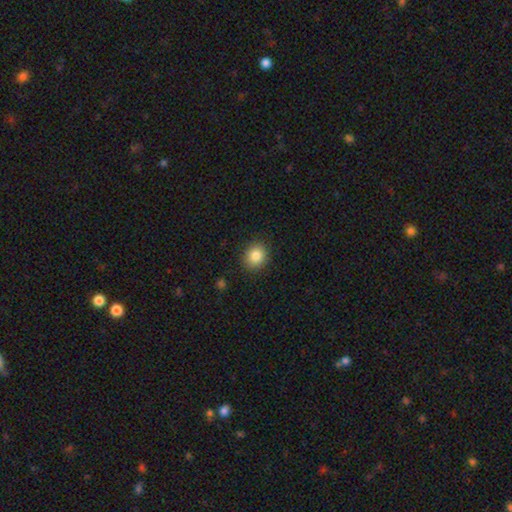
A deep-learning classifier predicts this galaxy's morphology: Smooth or featured?
  - smooth: 85% *
  - star or artifact: 9%
  - featured or disk: 5%
How rounded?
  - round: 75% *
  - in between: 24%
  - cigar-shaped: 1%
Merging?
  - none: 88% *
  - minor disturbance: 8%
  - major disturbance: 2%
  - merger: 1%